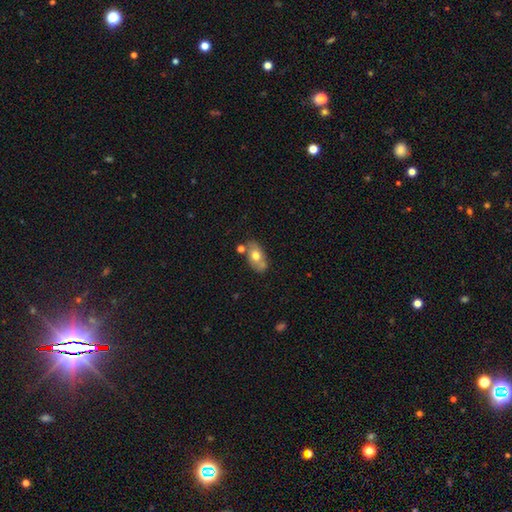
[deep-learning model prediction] This appears to be a smooth galaxy with no disk features (62%) that is in between round and cigar-shaped (88%). Merging: none (65%).